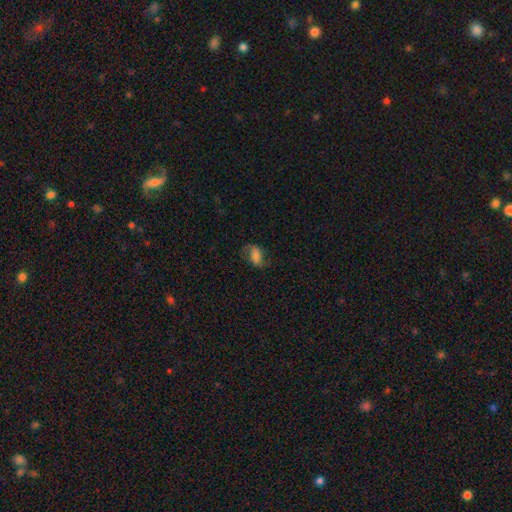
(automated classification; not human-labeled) smooth_or_featured: featured or disk (p=0.46) [alt: smooth p=0.42]
merging: none (p=0.62) [alt: minor disturbance p=0.21]